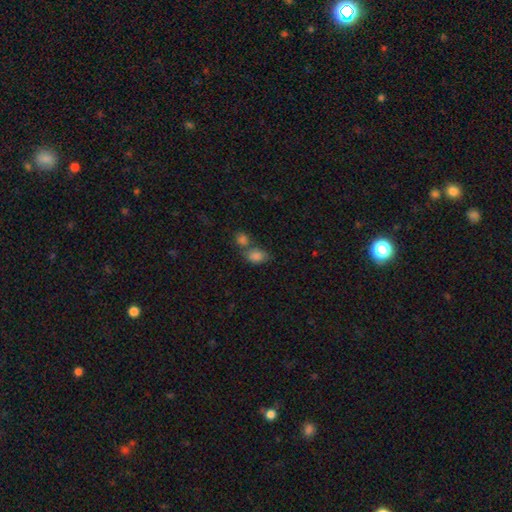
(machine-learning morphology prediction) Smooth or featured? Predicted: smooth (p=0.82). How rounded? Predicted: in between (p=0.82). Merging? Predicted: merger (p=0.46).